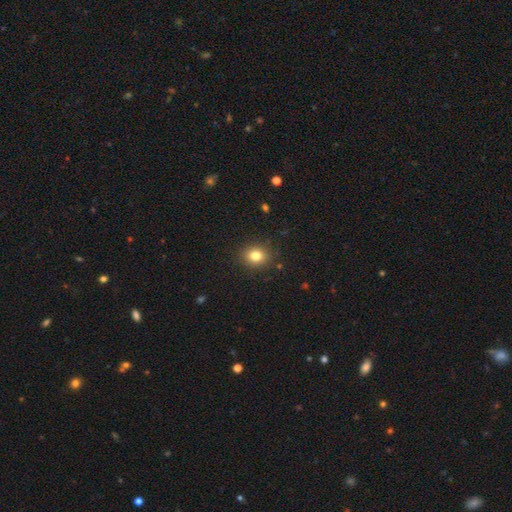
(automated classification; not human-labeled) smooth_or_featured: smooth (p=0.80) [alt: star or artifact p=0.12]
how_rounded: round (p=0.67) [alt: in between p=0.32]
merging: none (p=0.89) [alt: minor disturbance p=0.08]